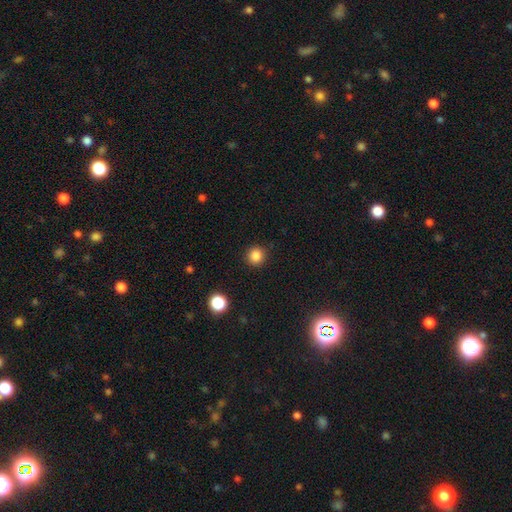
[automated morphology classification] smooth 85%, star or artifact 12%, featured or disk 4%. Down the decision tree: how rounded — round (94%); merging — none (91%).